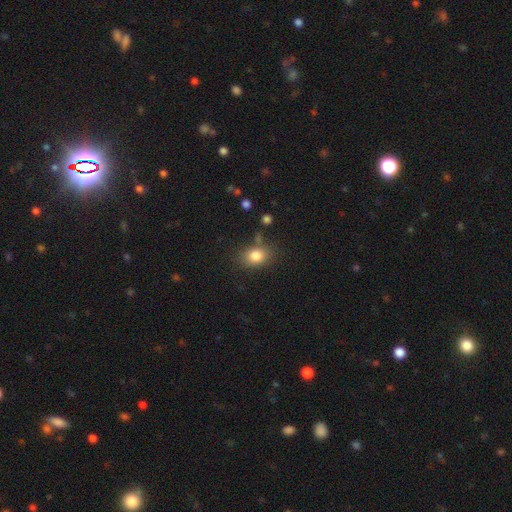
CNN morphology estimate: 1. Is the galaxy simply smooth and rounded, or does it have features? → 83% smooth, 10% star or artifact, 8% featured or disk.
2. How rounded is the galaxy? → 64% in between, 35% round, 1% cigar-shaped.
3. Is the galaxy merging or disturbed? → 73% none, 16% minor disturbance, 5% merger, 5% major disturbance.